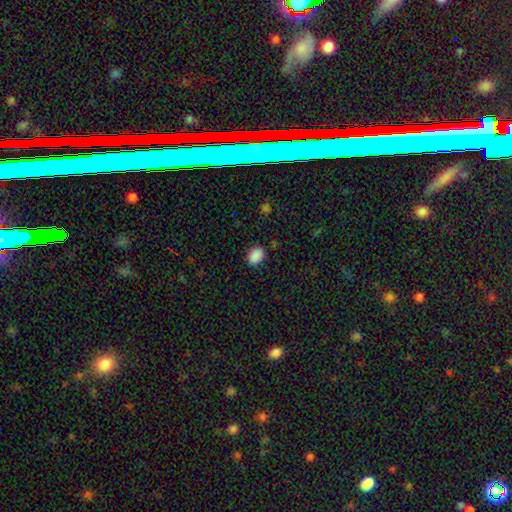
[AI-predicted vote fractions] The model was most divided on "how rounded": in between: 68%, round: 32%, cigar-shaped: 1%. More confident: smooth or featured — smooth (88%); merging — none (86%).